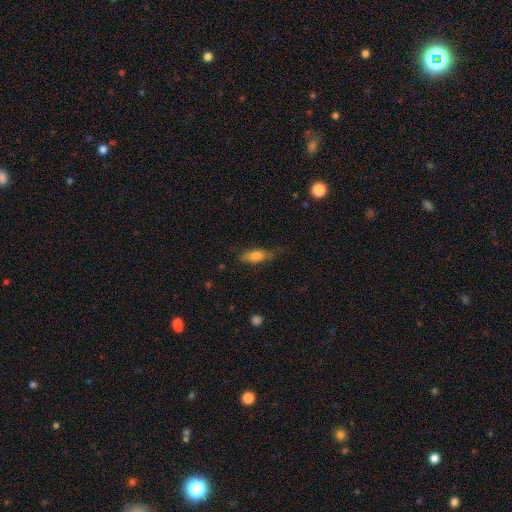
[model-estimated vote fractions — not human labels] This is likely a smooth galaxy (74%). How rounded: likely in between (65%). Merging: likely none (66%).